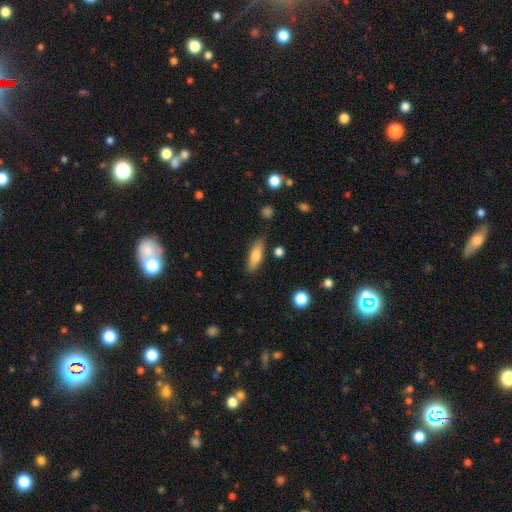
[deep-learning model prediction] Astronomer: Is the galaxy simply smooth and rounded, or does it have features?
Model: smooth — 75%.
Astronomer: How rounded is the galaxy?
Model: in between — 59% (runner-up: cigar-shaped, 39%).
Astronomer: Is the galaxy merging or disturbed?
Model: none — 81%.